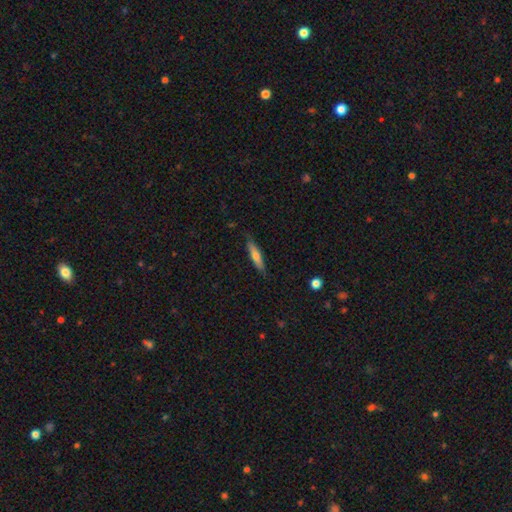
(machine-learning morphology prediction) Smooth or featured: smooth — 59% (featured or disk — 35%)
How rounded: cigar-shaped — 82% (in between — 16%)
Merging: none — 82% (minor disturbance — 14%)